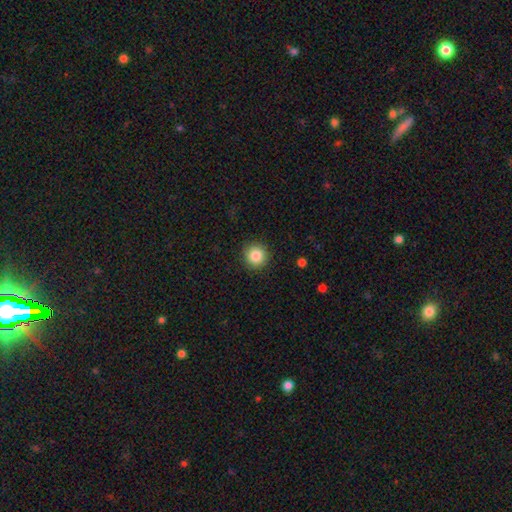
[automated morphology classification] smooth-or-featured: smooth: 86% | star or artifact: 9% | featured or disk: 5%
  how-rounded: round: 94% | in between: 5% | cigar-shaped: 1%
  merging: none: 91% | minor disturbance: 6% | major disturbance: 2% | merger: 1%